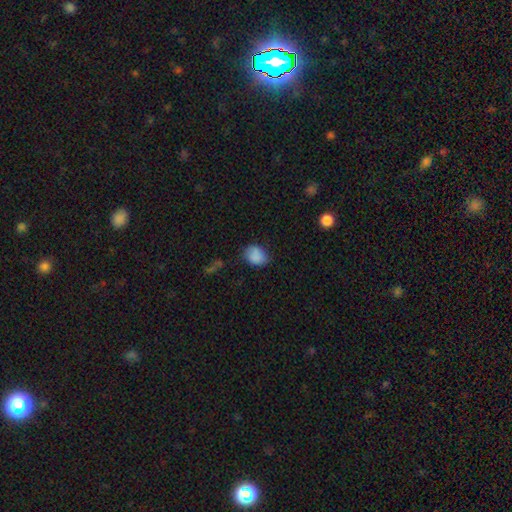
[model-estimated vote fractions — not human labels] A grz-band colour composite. It shows a smooth galaxy with no disk features (83%) that is in between round and cigar-shaped (56%). Merging: none (65%).